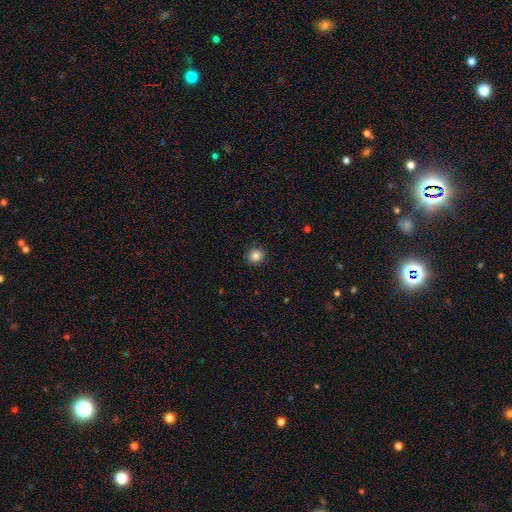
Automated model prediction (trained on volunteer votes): Smooth or featured? Predicted: smooth (p=0.85). How rounded? Predicted: round (p=0.86). Merging? Predicted: none (p=0.91).